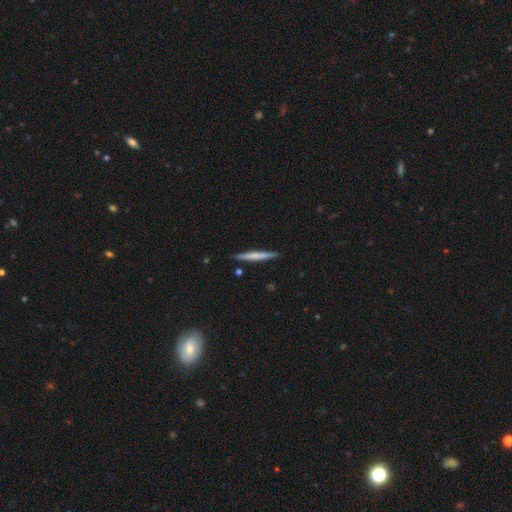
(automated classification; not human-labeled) This appears to be a smooth galaxy with no disk features (54%) that is cigar-shaped (96%). Merging: none (90%).